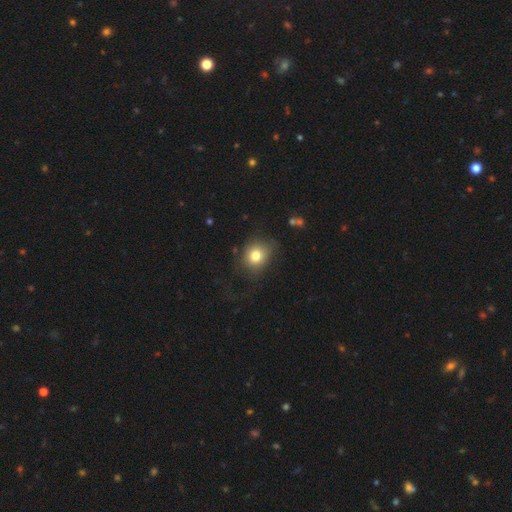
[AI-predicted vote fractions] This is likely a smooth galaxy (78%). How rounded: likely round (70%). Merging: likely none (68%).